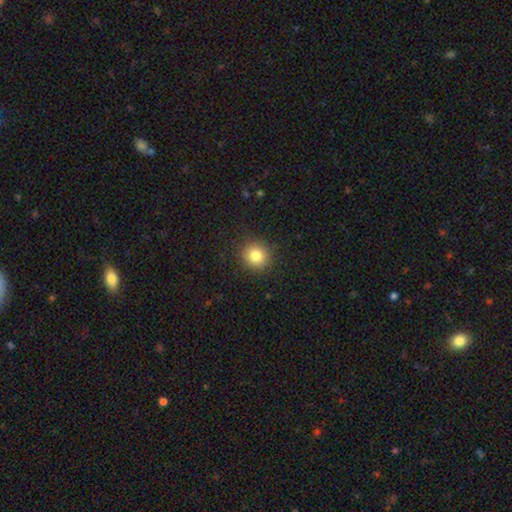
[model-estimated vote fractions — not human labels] The model was most divided on "smooth or featured": smooth: 83%, star or artifact: 11%, featured or disk: 6%. More confident: how rounded — round (91%); merging — none (90%).